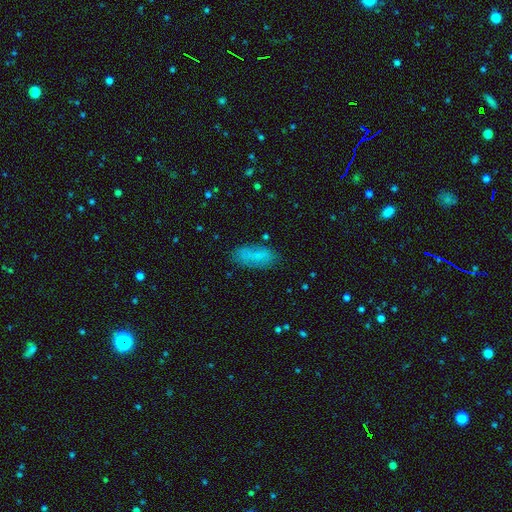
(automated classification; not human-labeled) The model was most divided on "how rounded": in between: 77%, cigar-shaped: 21%, round: 3%. More confident: smooth or featured — smooth (78%); merging — none (77%).